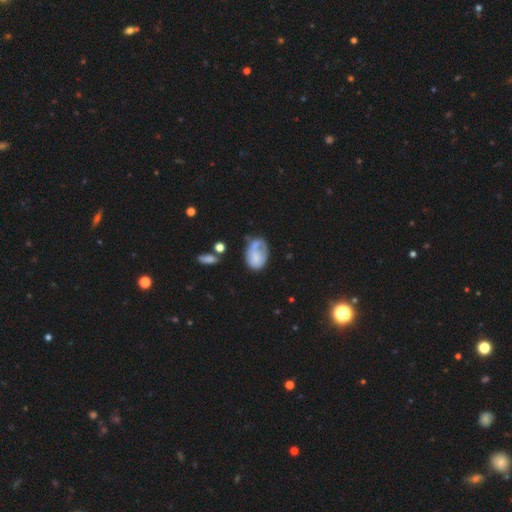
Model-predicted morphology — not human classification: smooth-or-featured: smooth: 59% | featured or disk: 33% | star or artifact: 8%
  how-rounded: in between: 78% | round: 21% | cigar-shaped: 1%
  merging: none: 31% | minor disturbance: 29% | major disturbance: 24% | merger: 16%